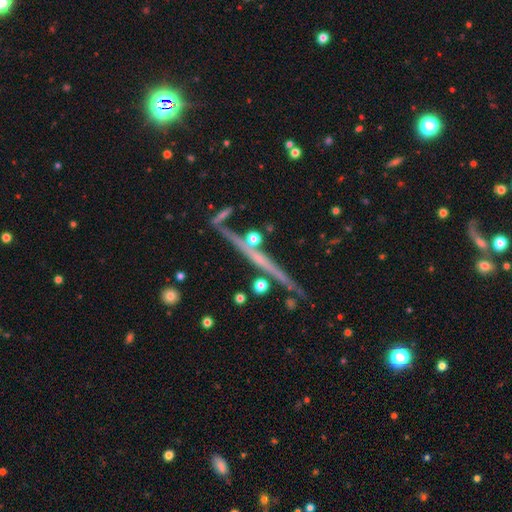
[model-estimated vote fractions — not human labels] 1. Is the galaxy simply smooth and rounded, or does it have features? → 79% featured or disk, 11% smooth, 10% star or artifact.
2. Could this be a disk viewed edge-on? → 94% yes, 6% no.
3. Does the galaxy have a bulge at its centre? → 53% rounded, 39% none, 9% boxy.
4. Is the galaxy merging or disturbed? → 75% none, 12% minor disturbance, 8% merger, 5% major disturbance.